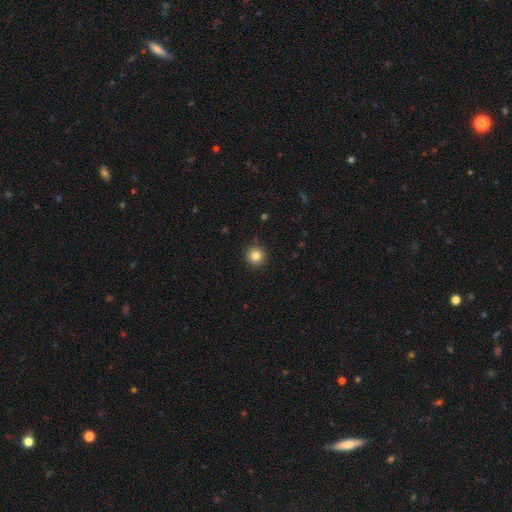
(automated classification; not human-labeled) Q: Smooth or featured?
A: smooth (84%); runner-up: star or artifact (11%)
Q: How rounded?
A: round (95%); runner-up: in between (4%)
Q: Merging?
A: none (91%); runner-up: minor disturbance (6%)